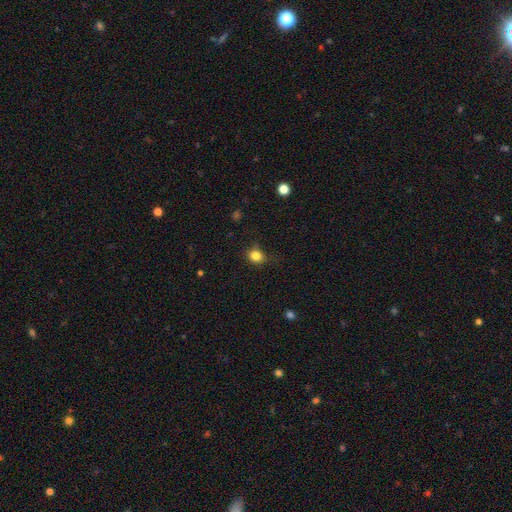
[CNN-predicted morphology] Overall: smooth (83%). How rounded: round (68%; in between 31%). Merging: none (76%).